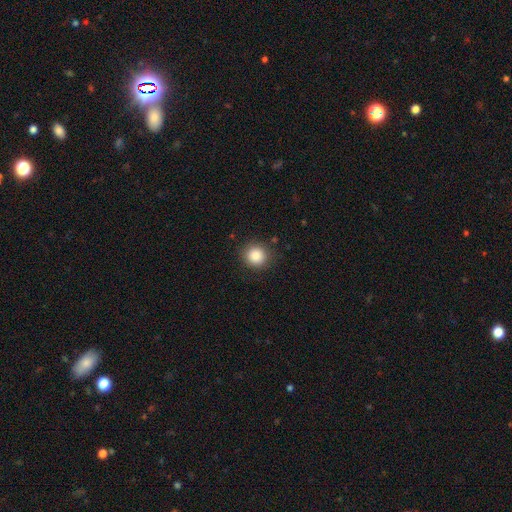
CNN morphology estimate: The model was most divided on "smooth or featured": smooth: 86%, star or artifact: 10%, featured or disk: 4%. More confident: how rounded — round (91%); merging — none (88%).